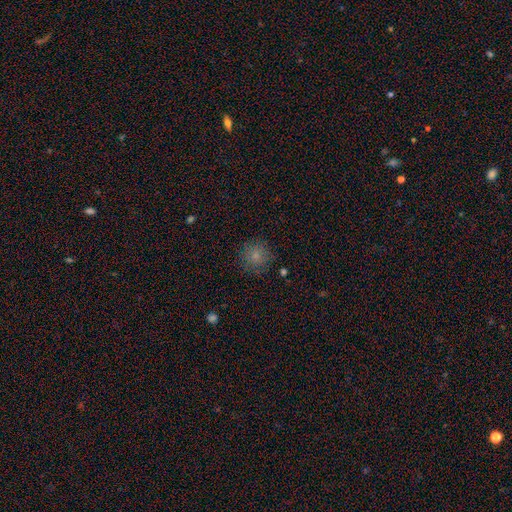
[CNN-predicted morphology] Smooth or featured? smooth (81%)
How rounded? round (93%)
Merging? none (84%)